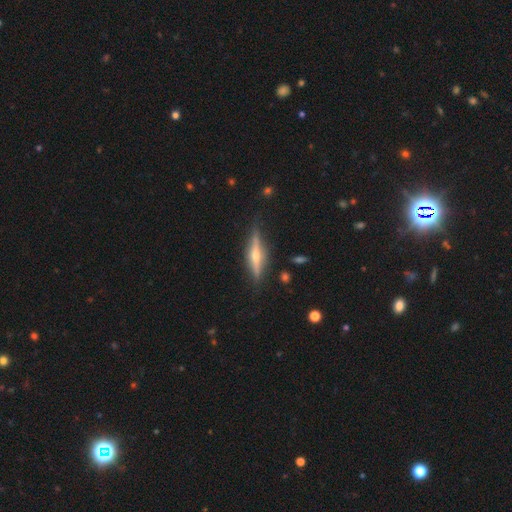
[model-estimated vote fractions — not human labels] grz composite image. It shows a featured or disk galaxy (75%) viewed edge-on (96%) with a rounded central bulge (88%). Merging: none (86%).